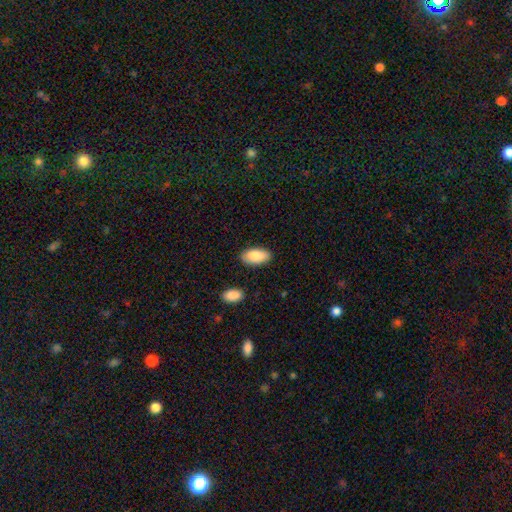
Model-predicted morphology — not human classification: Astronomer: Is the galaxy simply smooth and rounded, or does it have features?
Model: smooth — 87%.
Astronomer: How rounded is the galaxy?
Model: in between — 94%.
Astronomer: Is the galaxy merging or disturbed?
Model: none — 86%.